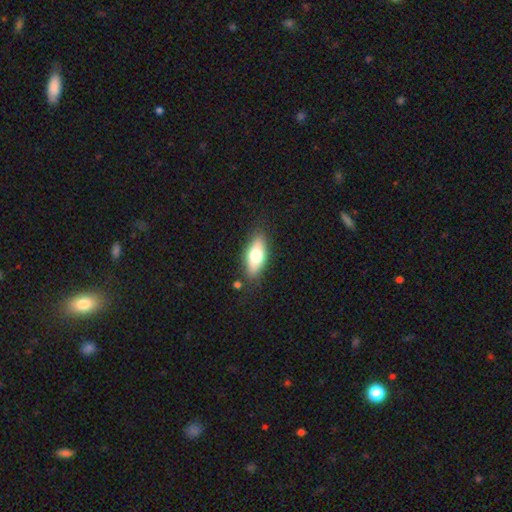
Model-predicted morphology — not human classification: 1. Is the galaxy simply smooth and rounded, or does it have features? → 68% smooth, 25% featured or disk, 7% star or artifact.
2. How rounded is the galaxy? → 81% in between, 16% cigar-shaped, 4% round.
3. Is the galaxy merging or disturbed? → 82% none, 12% minor disturbance, 3% major disturbance, 3% merger.